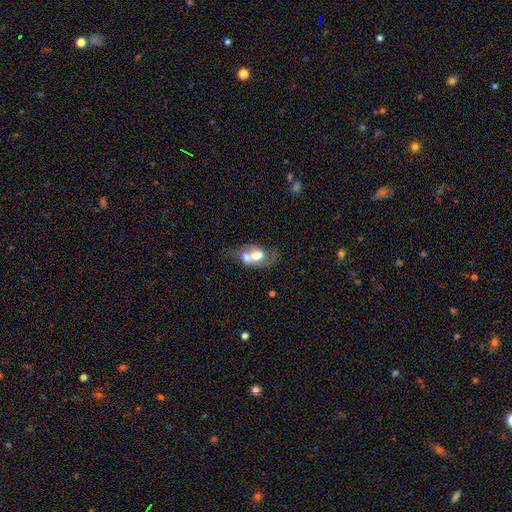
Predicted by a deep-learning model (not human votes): Smooth or featured?
  - smooth: 49% *
  - featured or disk: 43%
  - star or artifact: 8%
Merging?
  - merger: 64% *
  - none: 17%
  - minor disturbance: 10%
  - major disturbance: 9%